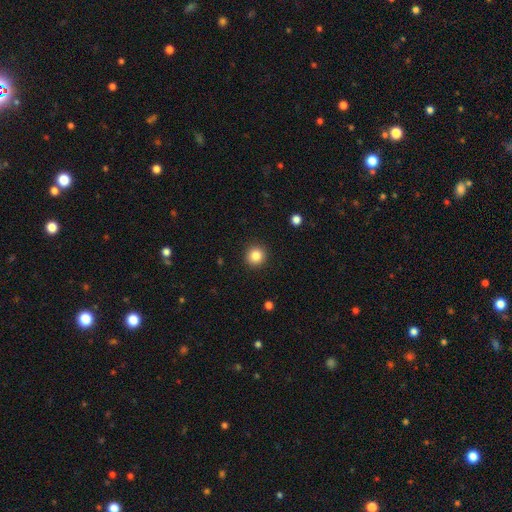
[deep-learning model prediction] A smooth galaxy with no disk features (85%) that is round (94%). Merging: none (92%).